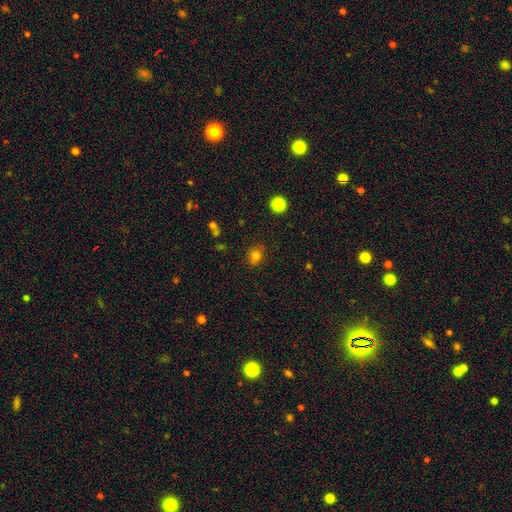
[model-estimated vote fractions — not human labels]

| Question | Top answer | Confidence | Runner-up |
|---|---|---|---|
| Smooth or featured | smooth | 78% | star or artifact (15%) |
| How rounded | round | 58% | in between (40%) |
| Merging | none | 83% | minor disturbance (12%) |